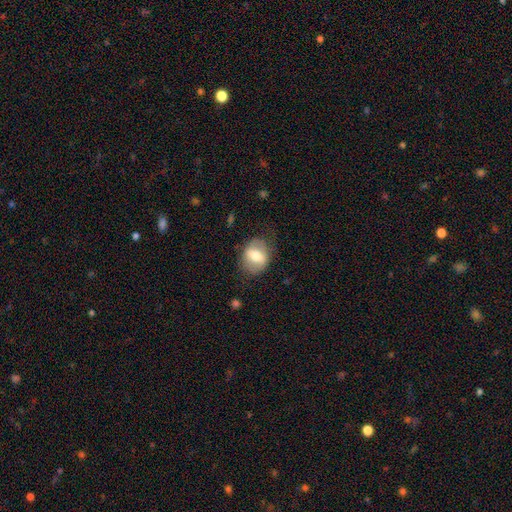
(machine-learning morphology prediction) The model was most divided on "how rounded": in between: 55%, round: 44%, cigar-shaped: 1%. More confident: merging — none (73%); smooth or featured — smooth (60%).